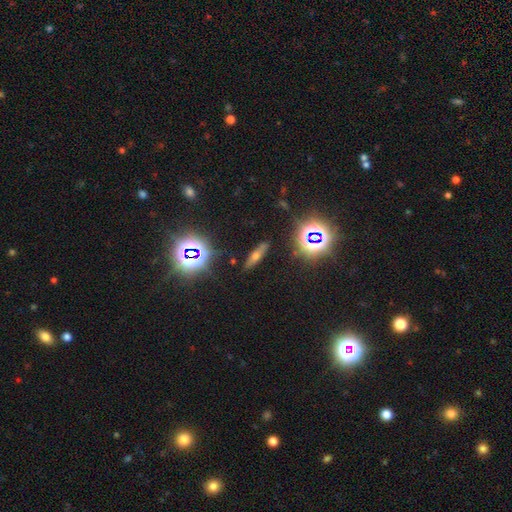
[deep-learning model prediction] This is marginally a smooth galaxy (42%). Merging: clearly none (84%).